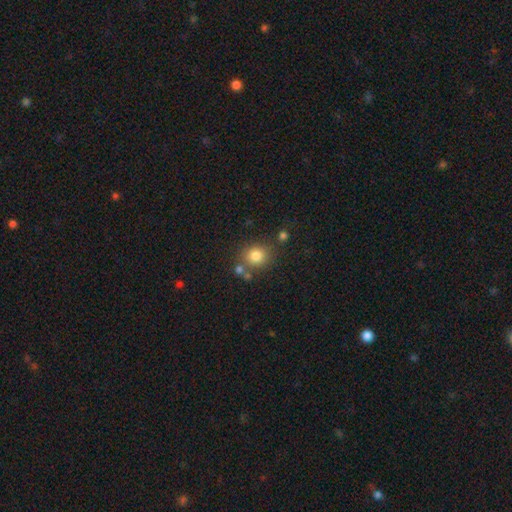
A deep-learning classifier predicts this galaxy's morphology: smooth_or_featured: smooth (p=0.81) [alt: star or artifact p=0.12]
how_rounded: round (p=0.79) [alt: in between p=0.20]
merging: none (p=0.70) [alt: merger p=0.13]